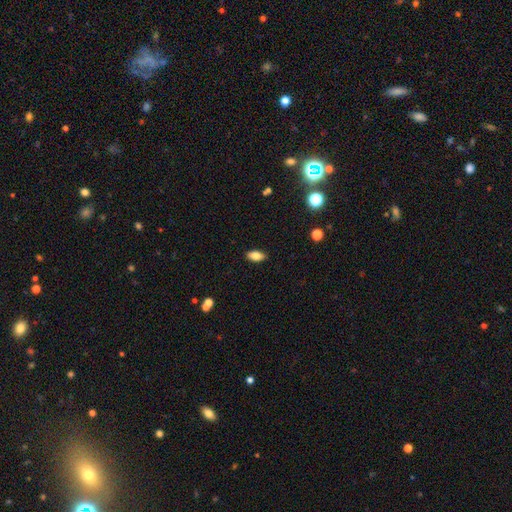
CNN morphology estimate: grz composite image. It shows a smooth galaxy with no disk features (80%) that is in between round and cigar-shaped (90%). Merging: none (89%).